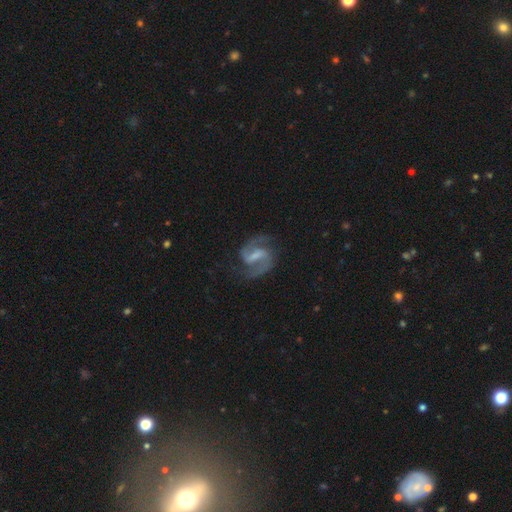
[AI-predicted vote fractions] Smooth or featured? Predicted: featured or disk (p=0.92). Edge-on disk? Predicted: no (p=0.98). Bar? Predicted: strong (p=0.48). Spiral arms? Predicted: yes (p=0.98). Spiral winding? Predicted: medium (p=0.65). Spiral arm count? Predicted: 2 (p=0.94). Bulge size? Predicted: none (p=0.35). Merging? Predicted: none (p=0.79).